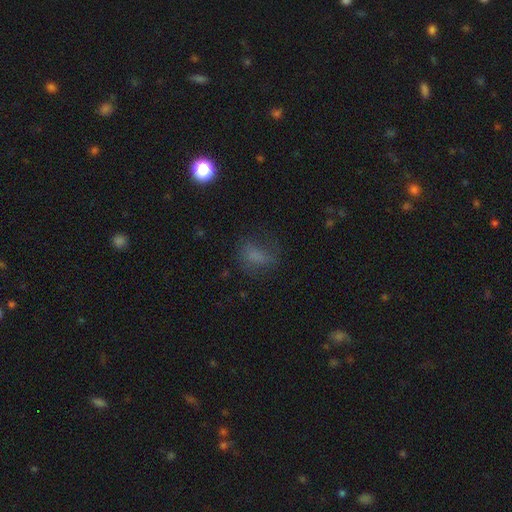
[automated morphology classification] type=smooth (65%); roundness=in between (68%); merging=none (54%).